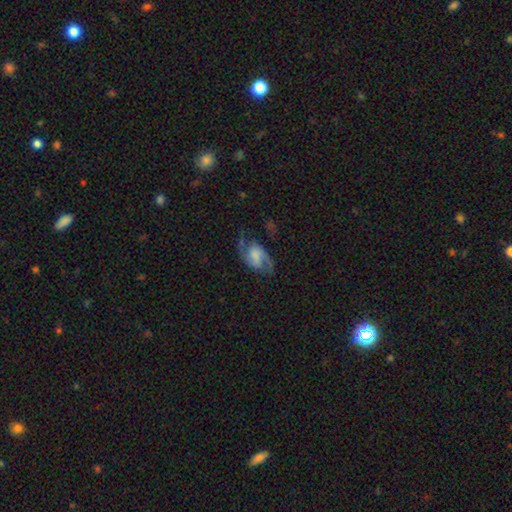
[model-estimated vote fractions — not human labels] smooth-or-featured: featured or disk: 81% | smooth: 13% | star or artifact: 7%
  disk-edge-on: no: 97% | yes: 3%
    bar: weak: 45% | no: 42% | strong: 14%
    has-spiral-arms: yes: 95% | no: 5%
      spiral-winding: medium: 51% | loose: 35% | tight: 14%
      spiral-arm-count: 2: 91% | can't tell: 3% | 1: 2% | 3: 2% | 4: 1% | more than 4: 1%
    bulge-size: none: 36% | moderate: 22% | large: 20% | small: 19% | dominant: 3%
  merging: none: 68% | minor disturbance: 19% | major disturbance: 12% | merger: 2%